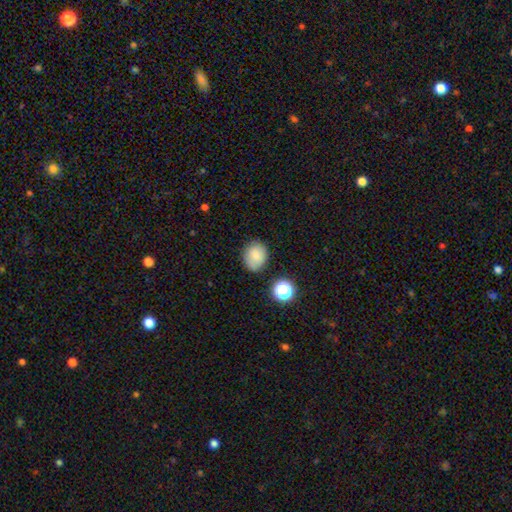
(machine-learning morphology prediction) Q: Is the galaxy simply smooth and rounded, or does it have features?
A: smooth — 80%.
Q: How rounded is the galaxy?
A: round — 58%.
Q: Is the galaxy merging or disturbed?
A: none — 74%.